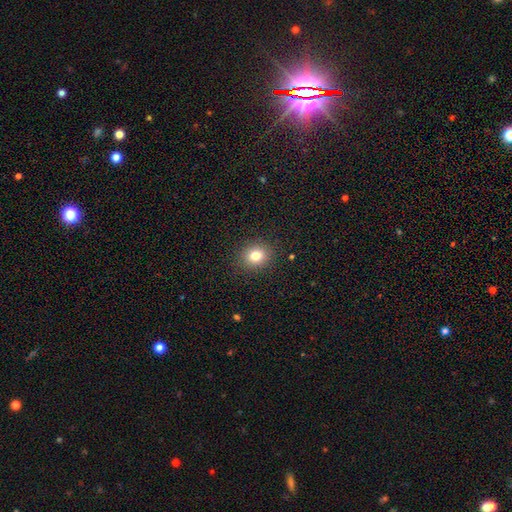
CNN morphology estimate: Q: Smooth or featured?
A: smooth (80%); runner-up: star or artifact (12%)
Q: How rounded?
A: round (69%); runner-up: in between (31%)
Q: Merging?
A: none (89%); runner-up: minor disturbance (8%)